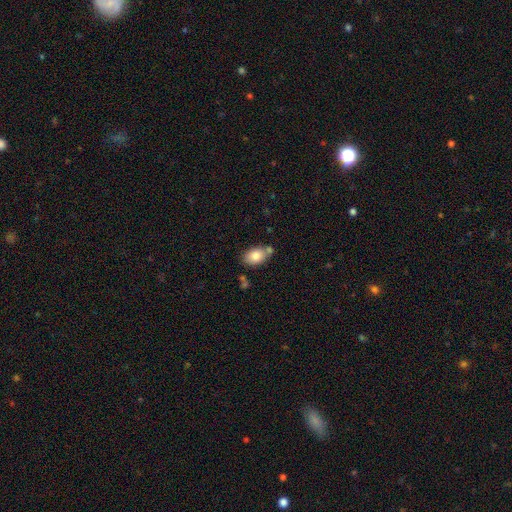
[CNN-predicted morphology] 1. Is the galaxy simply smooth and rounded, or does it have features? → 82% smooth, 11% featured or disk, 7% star or artifact.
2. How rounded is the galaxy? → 87% in between, 11% round, 1% cigar-shaped.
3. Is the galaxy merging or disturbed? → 64% none, 16% minor disturbance, 16% merger, 4% major disturbance.